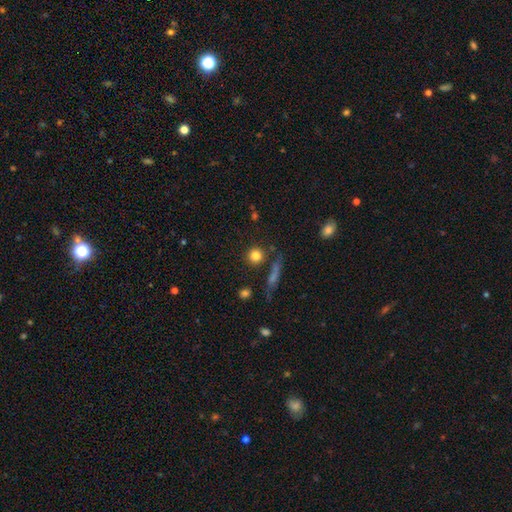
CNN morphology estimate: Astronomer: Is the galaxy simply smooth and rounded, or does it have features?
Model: smooth — 81%.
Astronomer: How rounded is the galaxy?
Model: round — 91%.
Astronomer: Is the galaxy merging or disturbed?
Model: none — 80%.